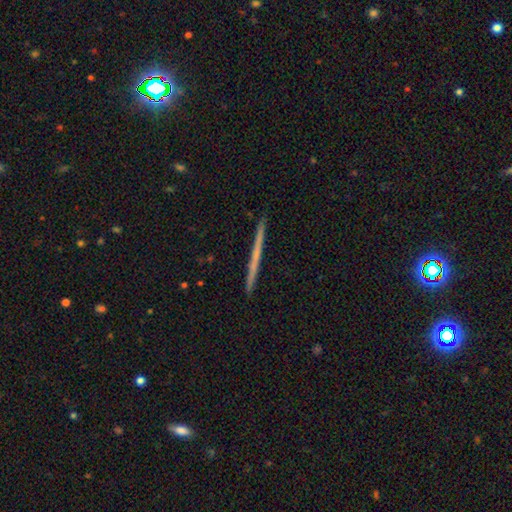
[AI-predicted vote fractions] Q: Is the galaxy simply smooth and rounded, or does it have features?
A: featured or disk — 56%.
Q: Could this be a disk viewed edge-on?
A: yes — 98%.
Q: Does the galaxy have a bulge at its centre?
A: none — 89%.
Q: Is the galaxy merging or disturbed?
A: none — 93%.